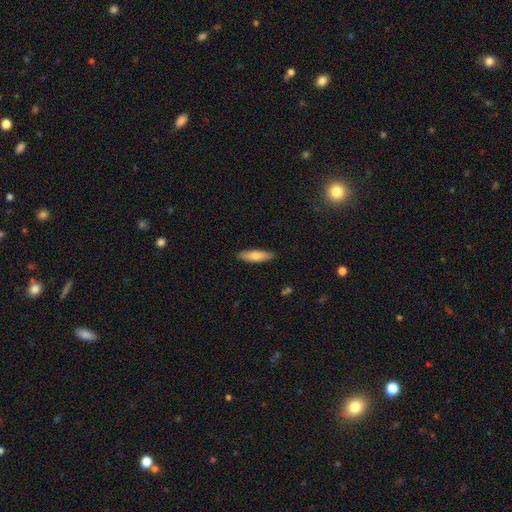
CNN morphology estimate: Q: Smooth or featured?
A: smooth (74%); runner-up: featured or disk (21%)
Q: How rounded?
A: cigar-shaped (63%); runner-up: in between (35%)
Q: Merging?
A: none (87%); runner-up: minor disturbance (10%)